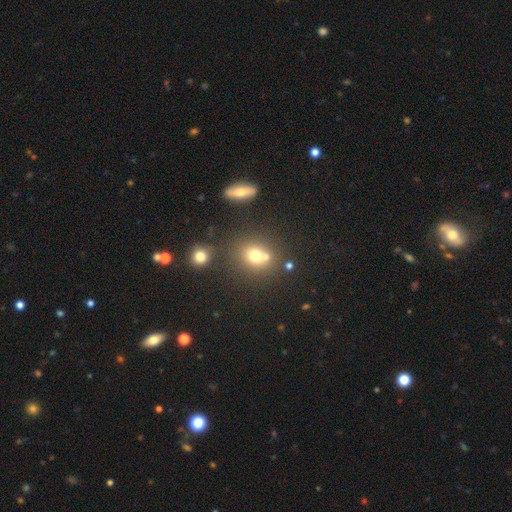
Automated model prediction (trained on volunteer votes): Smooth or featured? Predicted: smooth (p=0.69). How rounded? Predicted: round (p=0.74). Merging? Predicted: none (p=0.53).